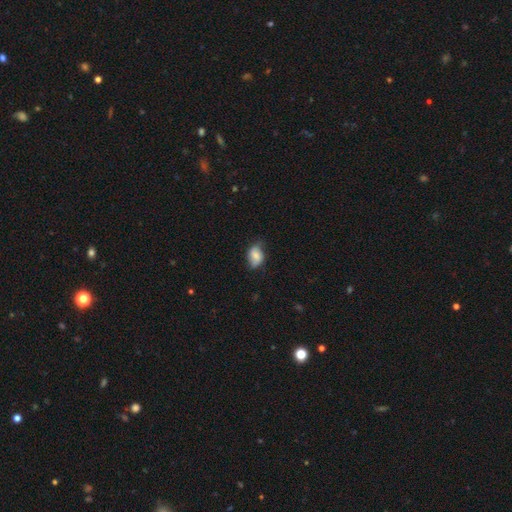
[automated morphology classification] smooth 66%, featured or disk 25%, star or artifact 8%. Down the decision tree: how rounded — in between (79%); merging — none (58%).